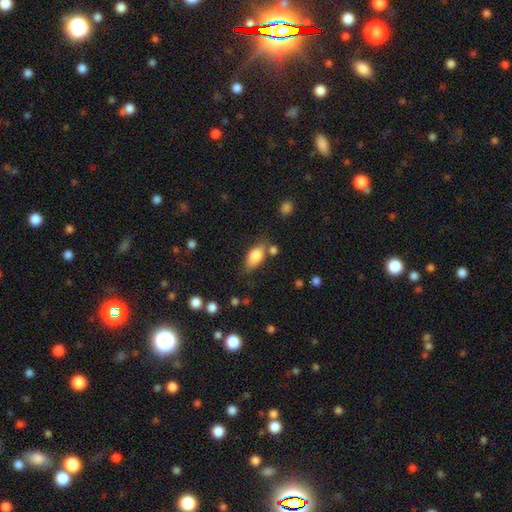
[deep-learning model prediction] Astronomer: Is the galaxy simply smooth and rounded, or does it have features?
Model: smooth — 78%.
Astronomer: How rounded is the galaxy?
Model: in between — 85%.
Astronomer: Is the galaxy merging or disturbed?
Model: none — 64%.